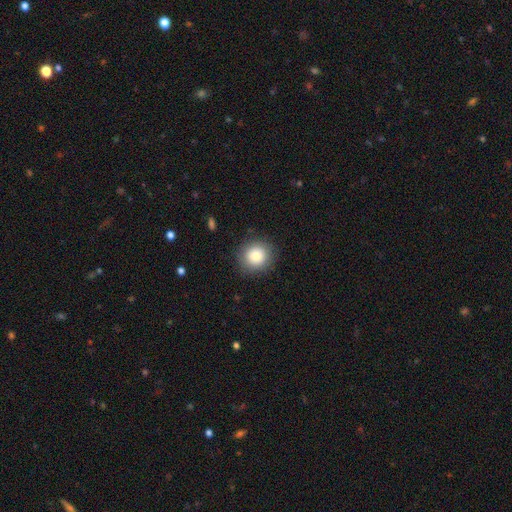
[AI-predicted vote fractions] smooth-or-featured: smooth: 83% | star or artifact: 9% | featured or disk: 8%
  how-rounded: round: 88% | in between: 11% | cigar-shaped: 1%
  merging: none: 88% | minor disturbance: 8% | major disturbance: 3% | merger: 1%